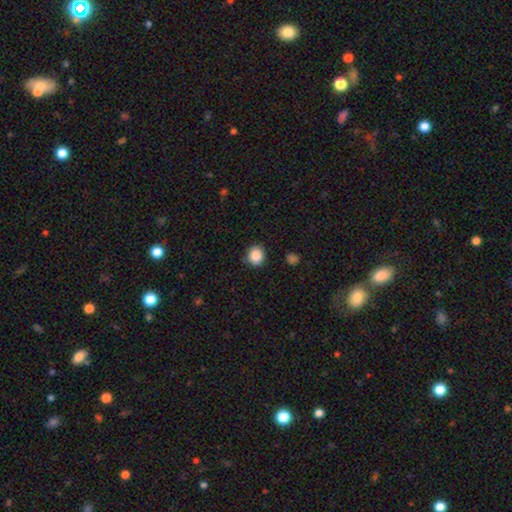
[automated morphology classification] smooth 87%, star or artifact 9%, featured or disk 3%. Down the decision tree: how rounded — round (74%); merging — none (86%).